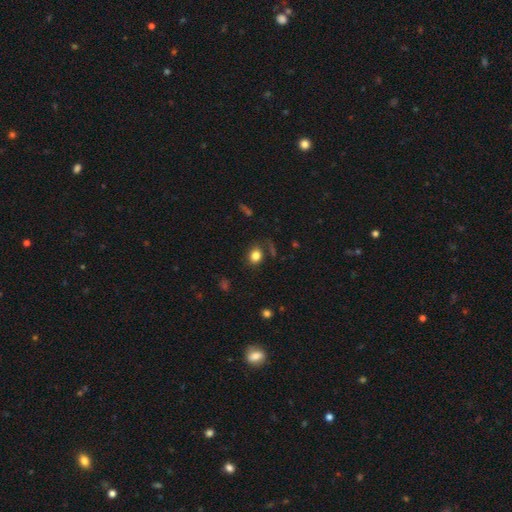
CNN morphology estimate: Smooth or featured? smooth (82%)
How rounded? round (53%)
Merging? none (78%)